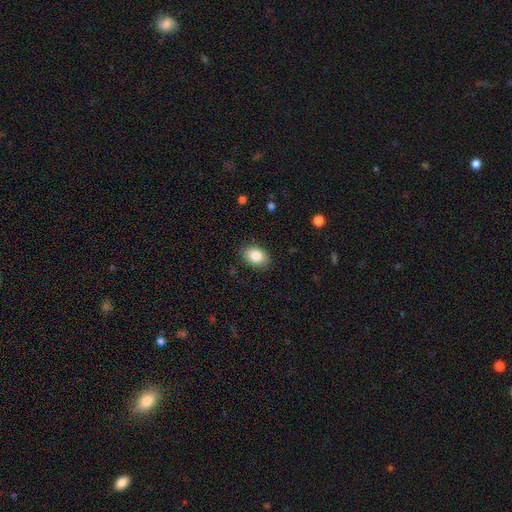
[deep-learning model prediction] Smooth or featured?
  - smooth: 84% *
  - featured or disk: 8%
  - star or artifact: 8%
How rounded?
  - in between: 81% *
  - round: 18%
  - cigar-shaped: 1%
Merging?
  - none: 86% *
  - minor disturbance: 10%
  - major disturbance: 2%
  - merger: 1%